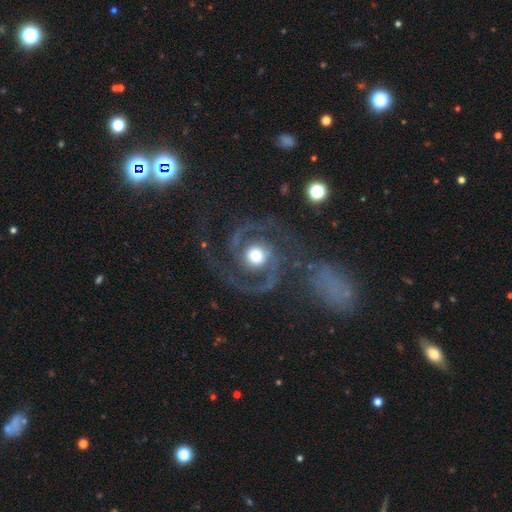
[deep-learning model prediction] This is clearly a featured or disk galaxy (88%). It is clearly not viewed edge-on (98%). Bar: likely no (68%). Spiral arm pattern: clearly yes (96%). Spiral arm count: clearly 2 (85%). Spiral winding: possibly medium (53%). Central bulge: possibly moderate (48%). Merging: likely none (72%).